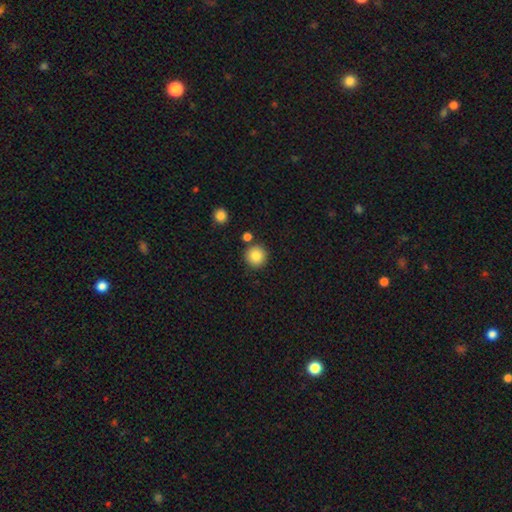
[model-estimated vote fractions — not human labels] A smooth galaxy with no disk features (86%) that is round (95%).

Vote fractions:
- Smooth or featured? smooth: 86% / star or artifact: 9% / featured or disk: 5%
- How rounded? round: 95% / in between: 4% / cigar-shaped: 1%
- Merging? none: 85% / minor disturbance: 7% / merger: 6% / major disturbance: 2%